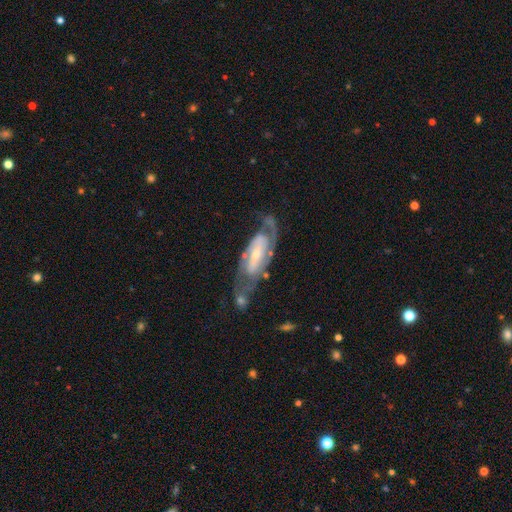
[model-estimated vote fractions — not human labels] A featured or disk galaxy (85%) with a weak bar (36%), 2 (77%) tight (46%) spiral arms (93%) and a small central bulge (62%). Merging: none (58%).